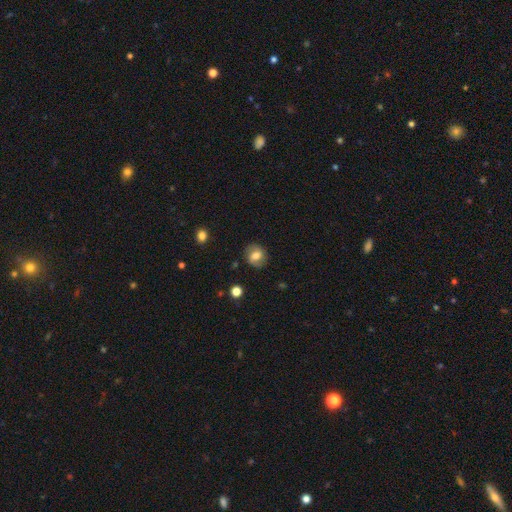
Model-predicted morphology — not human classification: type=smooth (50%); roundness=round (71%); merging=none (81%).